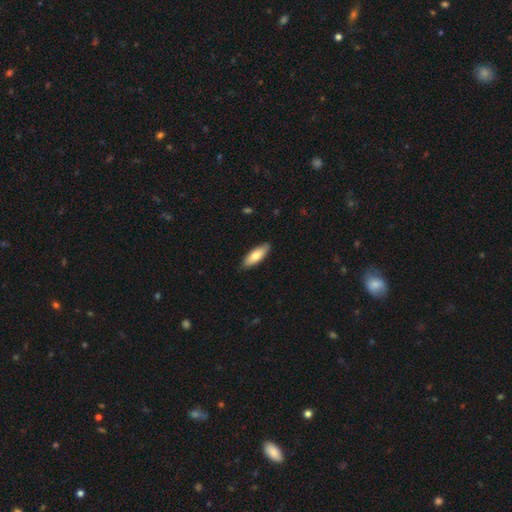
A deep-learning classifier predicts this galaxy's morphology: A smooth galaxy with no disk features (79%) that is in between round and cigar-shaped (63%). Merging: none (87%).